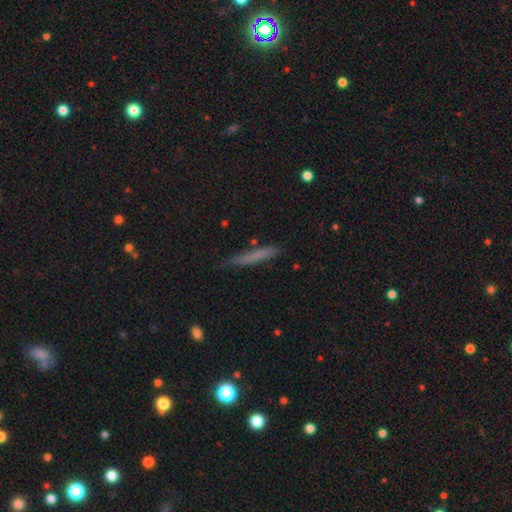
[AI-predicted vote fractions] This is likely a smooth galaxy (68%). How rounded: clearly cigar-shaped (95%). Merging: likely none (75%).